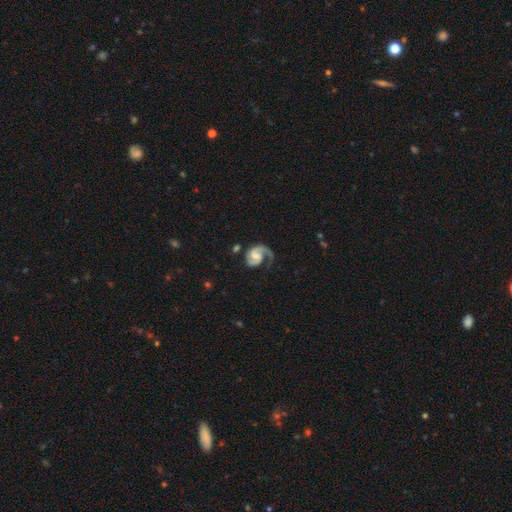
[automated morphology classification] Smooth or featured: featured or disk — 88% (smooth — 7%)
Edge-on disk: no — 98% (yes — 2%)
Bar: no — 45% (weak — 43%)
Spiral arms: yes — 97% (no — 3%)
Spiral winding: medium — 50% (tight — 27%)
Spiral arm count: 2 — 61% (1 — 35%)
Bulge size: small — 44% (moderate — 40%)
Merging: none — 53% (major disturbance — 22%)